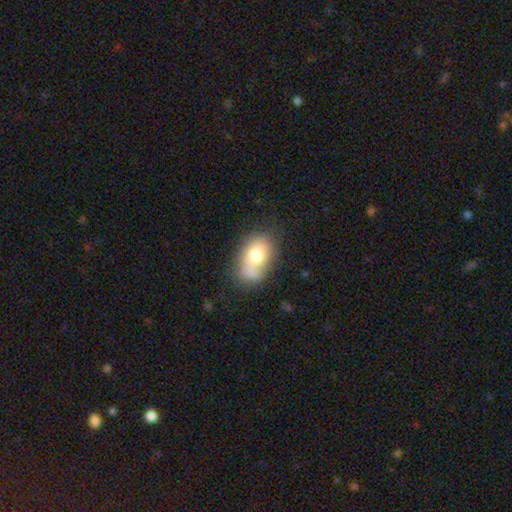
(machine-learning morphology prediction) Smooth or featured?
  - smooth: 73% *
  - featured or disk: 19%
  - star or artifact: 8%
How rounded?
  - in between: 84% *
  - round: 15%
  - cigar-shaped: 1%
Merging?
  - none: 44% *
  - merger: 25%
  - minor disturbance: 22%
  - major disturbance: 9%